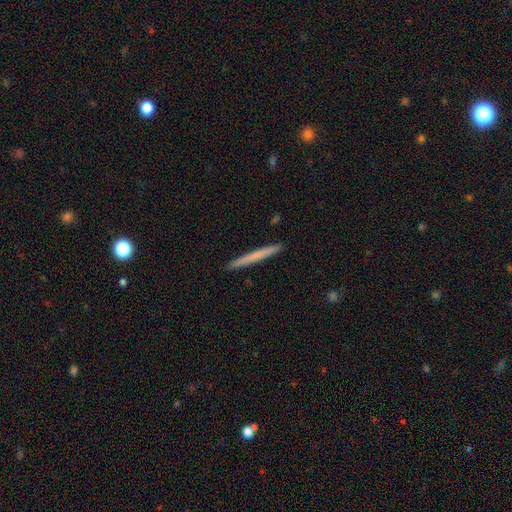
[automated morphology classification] Smooth or featured: smooth — 65% (featured or disk — 30%)
How rounded: cigar-shaped — 97% (in between — 2%)
Merging: none — 93% (minor disturbance — 5%)